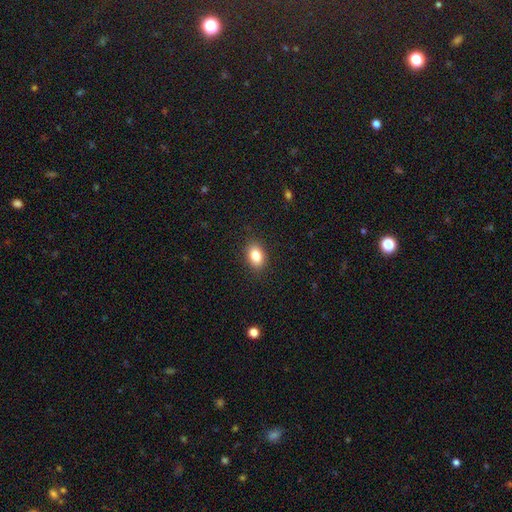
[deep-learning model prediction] A smooth galaxy with no disk features (84%) that is in between round and cigar-shaped (80%).

Vote fractions:
- Smooth or featured? smooth: 84% / star or artifact: 9% / featured or disk: 7%
- How rounded? in between: 80% / round: 19% / cigar-shaped: 1%
- Merging? none: 88% / minor disturbance: 8% / major disturbance: 2% / merger: 1%